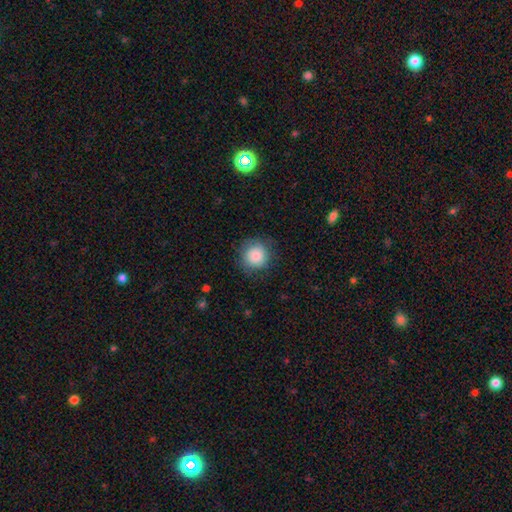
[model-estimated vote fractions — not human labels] Overall: smooth (85%). How rounded: round (93%). Merging: none (81%).